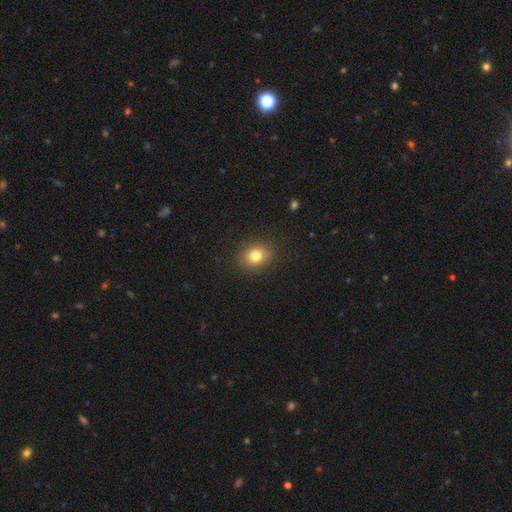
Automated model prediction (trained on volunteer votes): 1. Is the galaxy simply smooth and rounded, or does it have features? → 80% smooth, 12% star or artifact, 8% featured or disk.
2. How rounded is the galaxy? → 57% round, 42% in between, 1% cigar-shaped.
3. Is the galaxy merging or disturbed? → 89% none, 8% minor disturbance, 3% major disturbance, 1% merger.